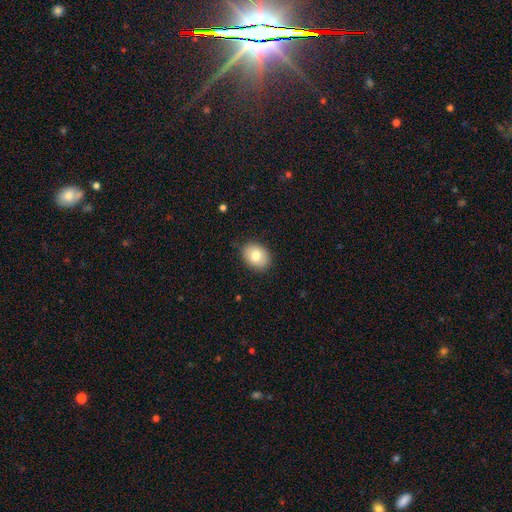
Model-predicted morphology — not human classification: Smooth or featured? Predicted: smooth (p=0.79). How rounded? Predicted: in between (p=0.63). Merging? Predicted: none (p=0.85).